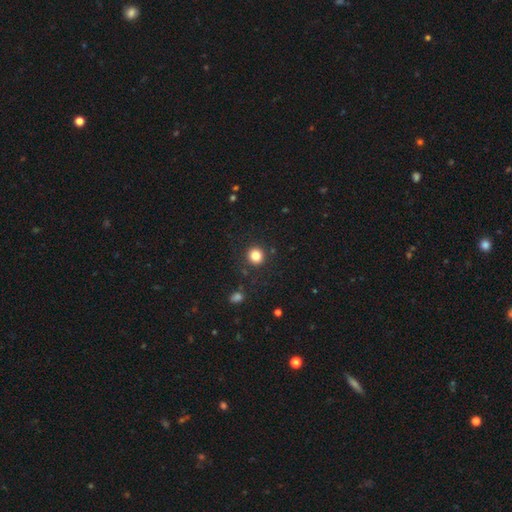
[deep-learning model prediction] Q: Smooth or featured?
A: smooth (83%); runner-up: star or artifact (12%)
Q: How rounded?
A: round (91%); runner-up: in between (8%)
Q: Merging?
A: none (89%); runner-up: minor disturbance (7%)